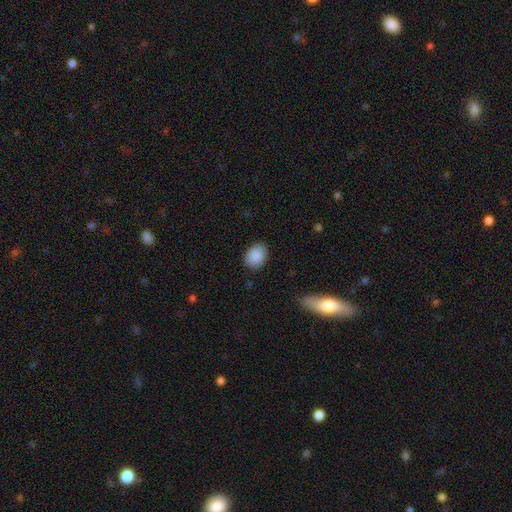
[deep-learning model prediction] Smooth or featured: smooth — 89% (star or artifact — 7%)
How rounded: in between — 64% (round — 35%)
Merging: none — 85% (minor disturbance — 12%)